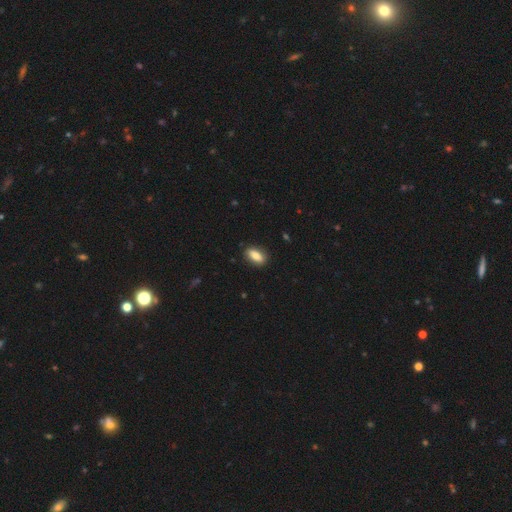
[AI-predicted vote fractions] A smooth galaxy with no disk features (85%) that is in between round and cigar-shaped (87%). Merging: none (86%).